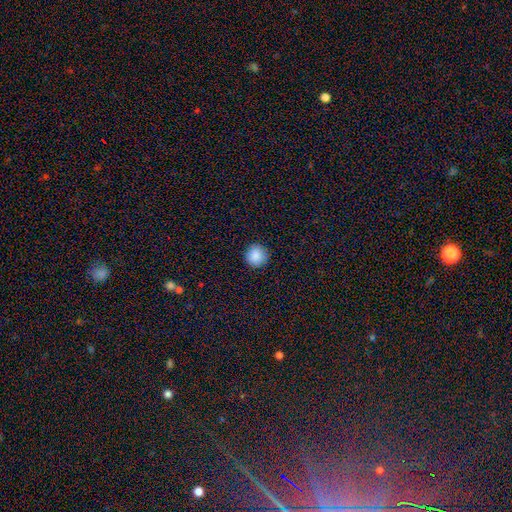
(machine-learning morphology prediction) Overall: smooth (88%). How rounded: round (95%). Merging: none (92%).